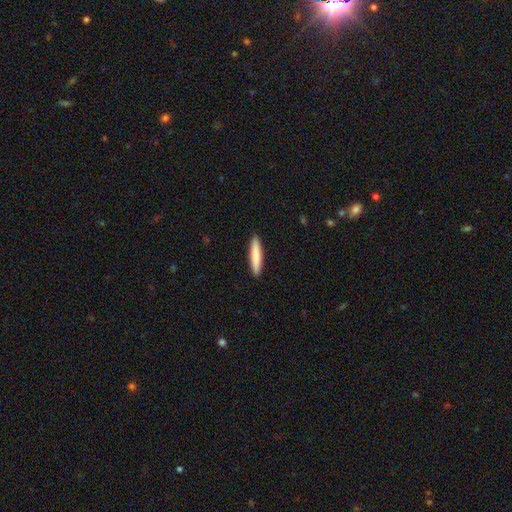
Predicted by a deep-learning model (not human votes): Smooth or featured: smooth — 83% (featured or disk — 12%)
How rounded: cigar-shaped — 89% (in between — 10%)
Merging: none — 91% (minor disturbance — 6%)